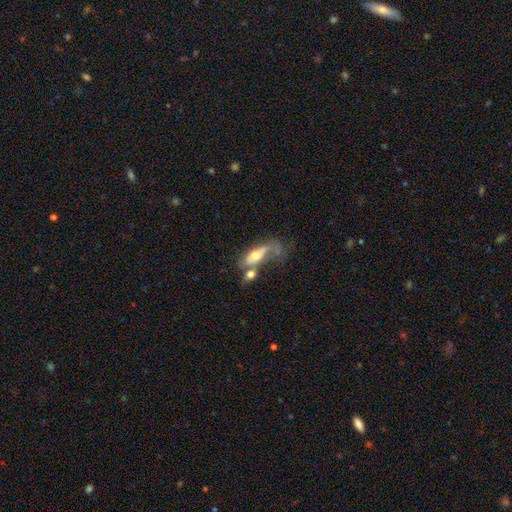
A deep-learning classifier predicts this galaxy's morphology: Smooth or featured: smooth — 47% (featured or disk — 45%)
Merging: merger — 45% (major disturbance — 22%)